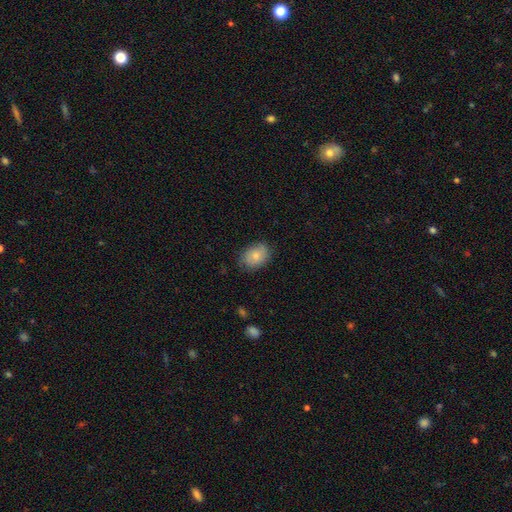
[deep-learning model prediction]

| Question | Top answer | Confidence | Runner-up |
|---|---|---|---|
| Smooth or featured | smooth | 79% | featured or disk (14%) |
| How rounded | in between | 72% | round (27%) |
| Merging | none | 77% | minor disturbance (19%) |